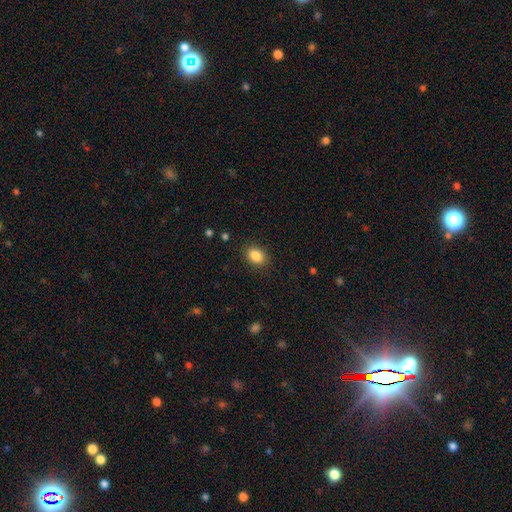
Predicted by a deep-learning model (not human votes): Smooth or featured? Predicted: smooth (p=0.87). How rounded? Predicted: in between (p=0.76). Merging? Predicted: none (p=0.86).